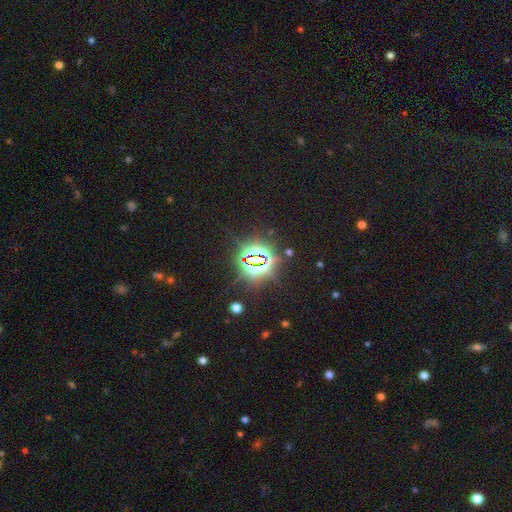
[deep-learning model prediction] Overall: star or artifact (82%).